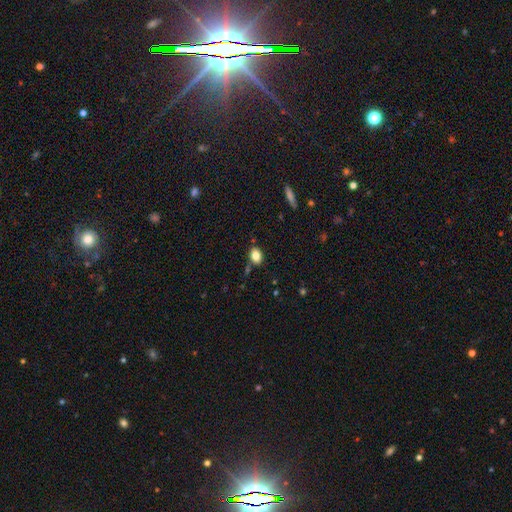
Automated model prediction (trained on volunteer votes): This is clearly a smooth galaxy (83%). How rounded: likely in between (75%). Merging: likely none (78%).